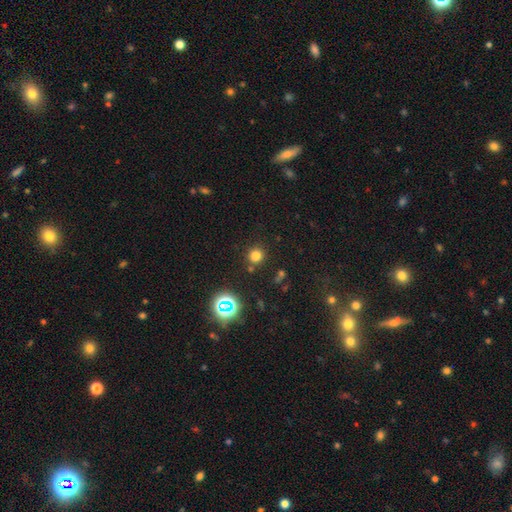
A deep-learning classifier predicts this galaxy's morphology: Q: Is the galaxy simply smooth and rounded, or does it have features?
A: smooth — 74%.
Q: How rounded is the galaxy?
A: round — 92%.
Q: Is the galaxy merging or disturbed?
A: none — 84%.